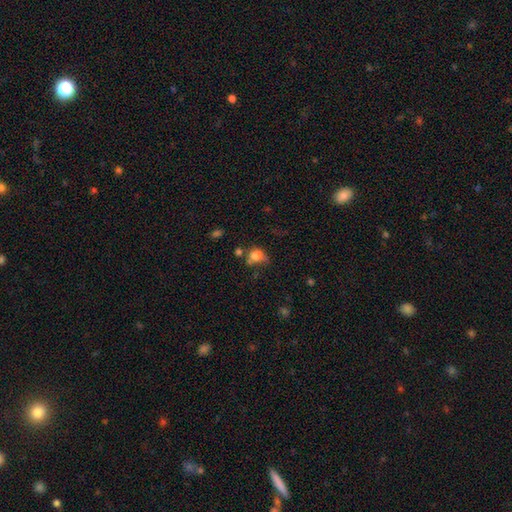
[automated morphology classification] Smooth or featured? smooth (73%)
How rounded? round (50%)
Merging? none (35%)